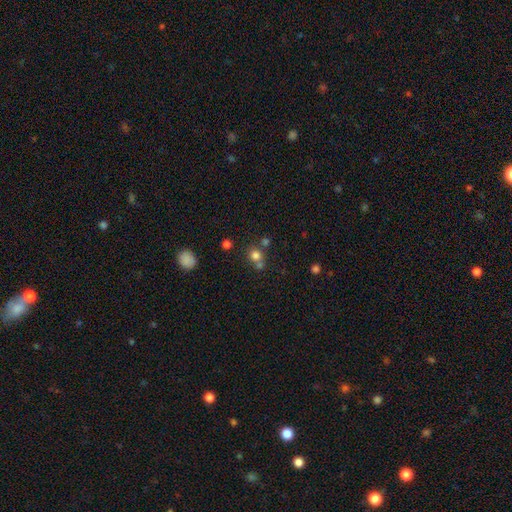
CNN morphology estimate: type=smooth (76%); roundness=round (84%); merging=none (54%).